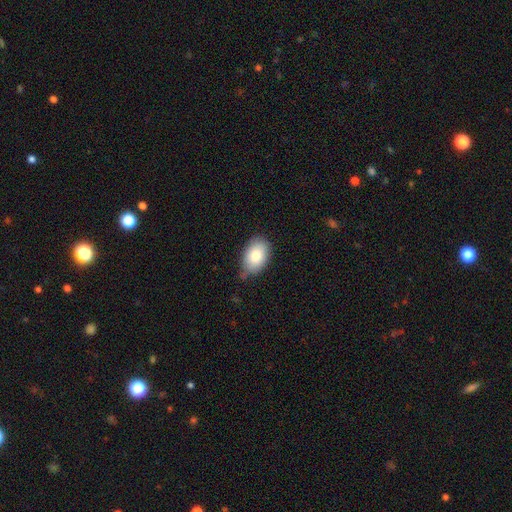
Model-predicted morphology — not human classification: A smooth galaxy with no disk features (84%) that is in between round and cigar-shaped (88%).

Vote fractions:
- Smooth or featured? smooth: 84% / featured or disk: 9% / star or artifact: 7%
- How rounded? in between: 88% / round: 11% / cigar-shaped: 1%
- Merging? none: 73% / minor disturbance: 21% / major disturbance: 4% / merger: 2%